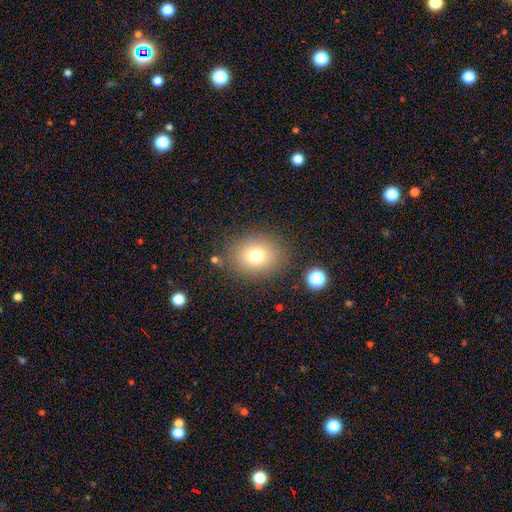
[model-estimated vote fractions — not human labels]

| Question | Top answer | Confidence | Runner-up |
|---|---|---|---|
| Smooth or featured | smooth | 75% | star or artifact (14%) |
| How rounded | round | 57% | in between (42%) |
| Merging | none | 82% | minor disturbance (11%) |